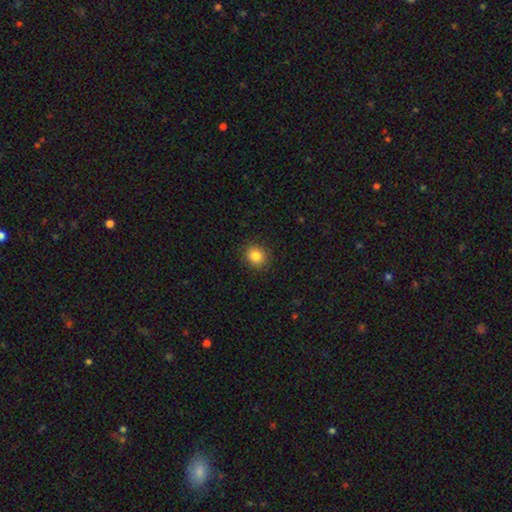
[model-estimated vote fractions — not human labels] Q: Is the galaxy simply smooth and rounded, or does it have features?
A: smooth — 84%.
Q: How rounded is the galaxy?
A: round — 79%.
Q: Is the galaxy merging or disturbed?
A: none — 90%.